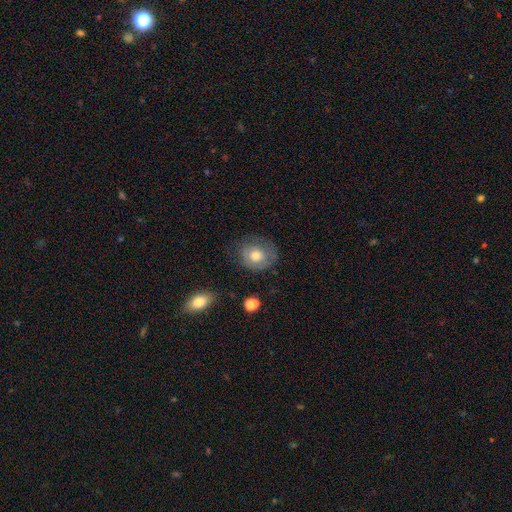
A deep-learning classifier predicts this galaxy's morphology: A smooth galaxy with no disk features (68%) that is round (73%). Merging: none (68%).